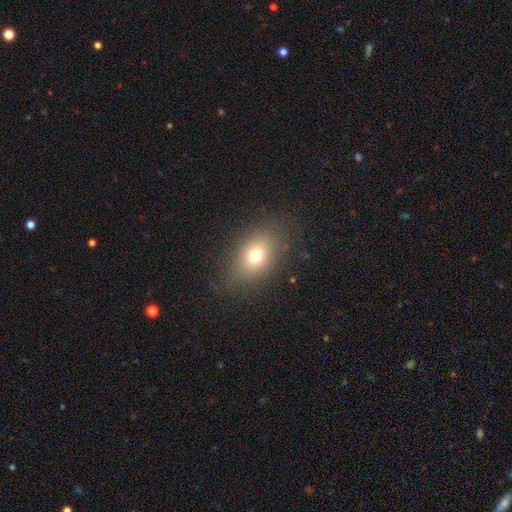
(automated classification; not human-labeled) Smooth or featured? smooth (70%)
How rounded? in between (69%)
Merging? none (81%)